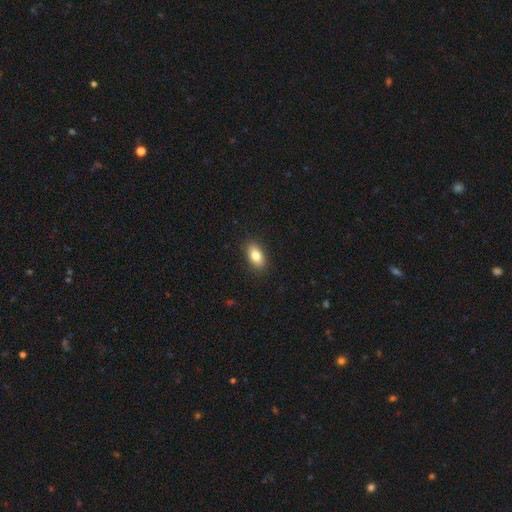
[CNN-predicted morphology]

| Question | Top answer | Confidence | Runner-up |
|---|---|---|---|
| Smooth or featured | smooth | 82% | featured or disk (10%) |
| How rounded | in between | 88% | cigar-shaped (6%) |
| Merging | none | 89% | minor disturbance (8%) |